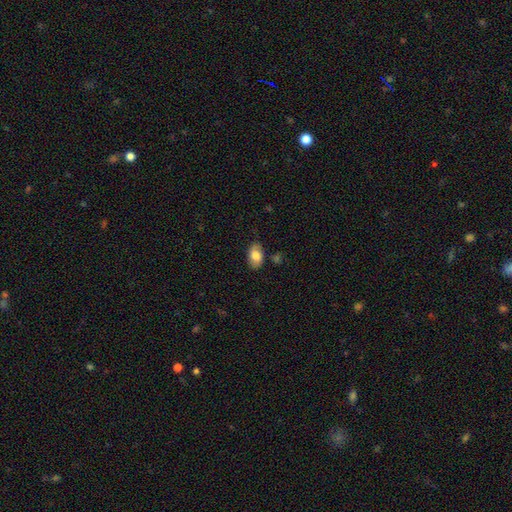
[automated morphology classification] smooth-or-featured: smooth: 80% | featured or disk: 14% | star or artifact: 7%
  how-rounded: in between: 91% | round: 7% | cigar-shaped: 2%
  merging: none: 80% | minor disturbance: 15% | major disturbance: 3% | merger: 2%